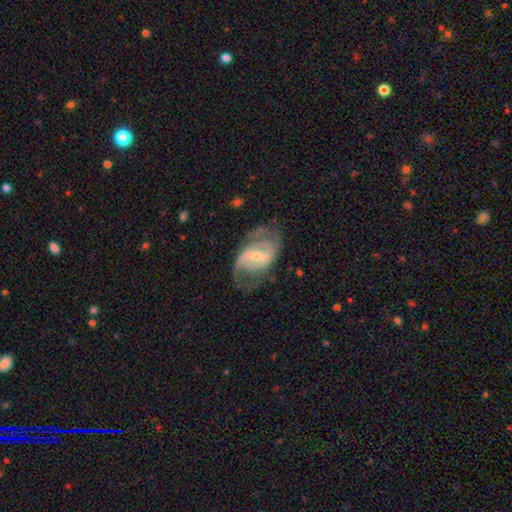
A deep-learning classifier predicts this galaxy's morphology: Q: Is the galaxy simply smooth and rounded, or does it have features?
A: featured or disk — 84%.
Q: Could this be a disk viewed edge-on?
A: no — 96%.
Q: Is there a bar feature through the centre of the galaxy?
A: weak — 47%.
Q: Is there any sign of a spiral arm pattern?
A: yes — 93%.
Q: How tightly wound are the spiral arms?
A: medium — 47%.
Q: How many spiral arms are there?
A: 2 — 78%.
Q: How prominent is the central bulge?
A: small — 59%.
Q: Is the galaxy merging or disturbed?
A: none — 62%.